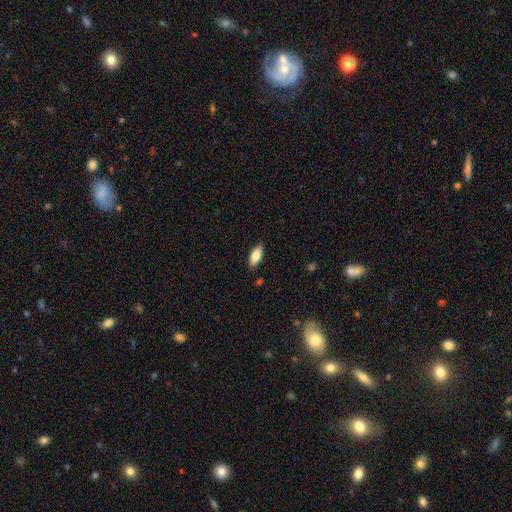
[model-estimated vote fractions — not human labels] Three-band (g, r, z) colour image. It shows a smooth galaxy with no disk features (81%) that is in between round and cigar-shaped (81%). Merging: none (87%).